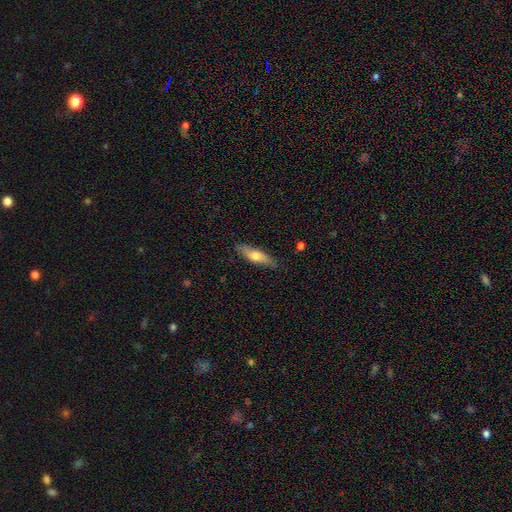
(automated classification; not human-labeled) smooth_or_featured: smooth (p=0.61) [alt: featured or disk p=0.33]
how_rounded: cigar-shaped (p=0.60) [alt: in between p=0.38]
merging: none (p=0.83) [alt: minor disturbance p=0.14]